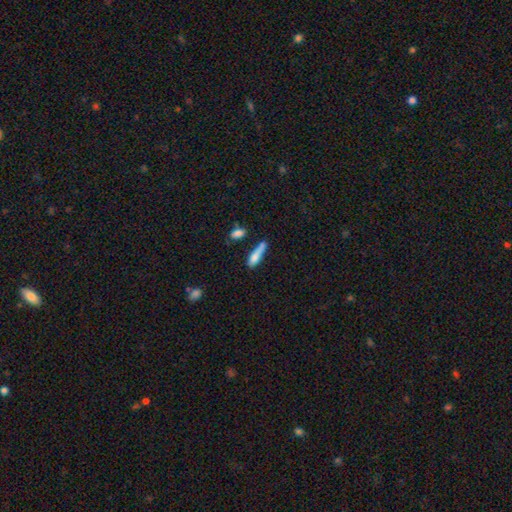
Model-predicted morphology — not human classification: This appears to be a smooth galaxy with no disk features (75%) that is cigar-shaped (68%). Merging: none (43%).